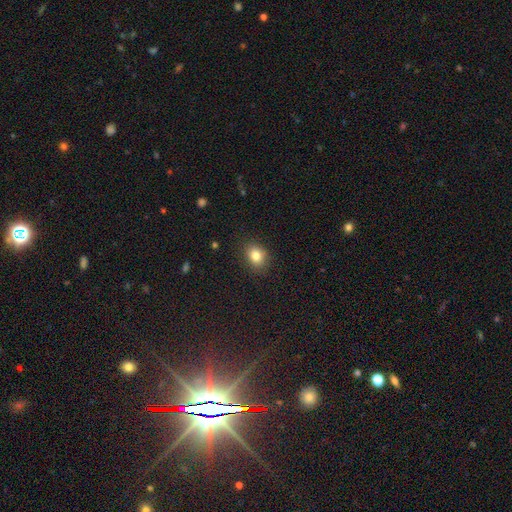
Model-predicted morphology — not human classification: type=smooth (82%); roundness=in between (52%); merging=none (87%).